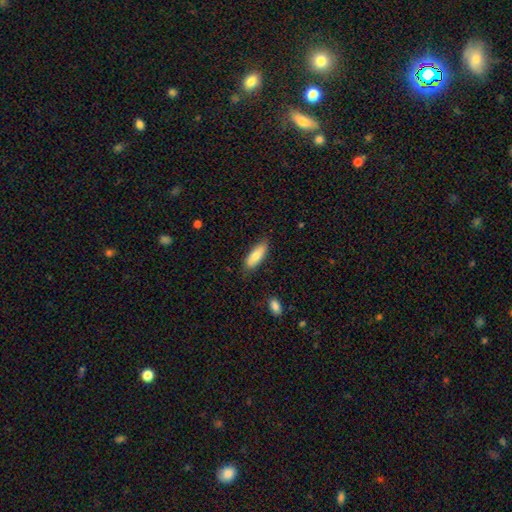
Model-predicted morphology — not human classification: This appears to be a smooth galaxy with no disk features (77%) that is in between round and cigar-shaped (67%). Merging: none (78%).